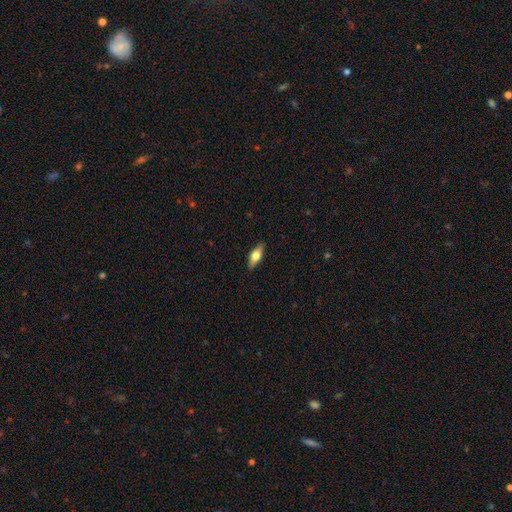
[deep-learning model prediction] Morphology: type=smooth (54%); roundness=in between (67%); merging=none (88%).